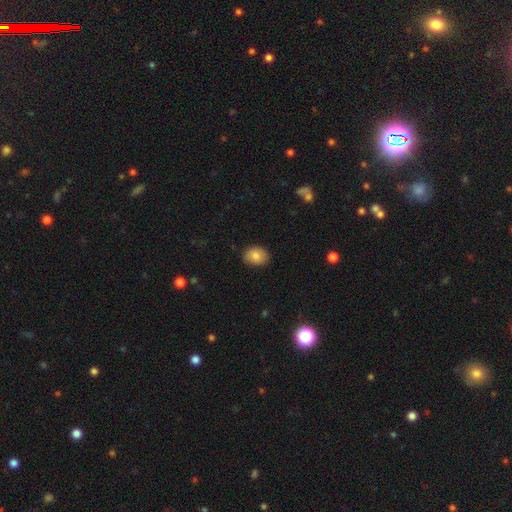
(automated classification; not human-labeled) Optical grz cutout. It shows a smooth galaxy with no disk features (84%) that is in between round and cigar-shaped (53%). Merging: none (84%).